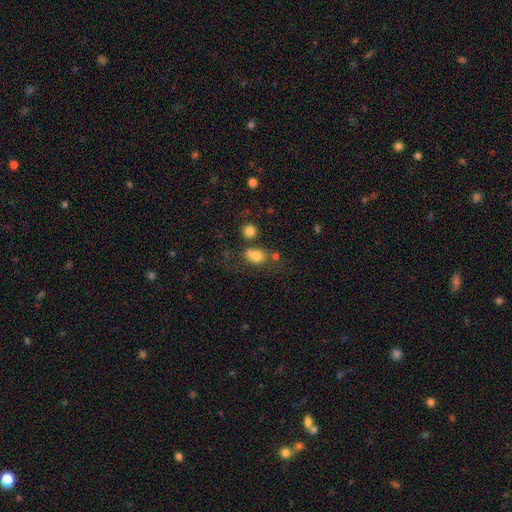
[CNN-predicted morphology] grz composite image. It shows a smooth galaxy with no disk features (77%) that is in between round and cigar-shaped (57%). Merging: none (47%).